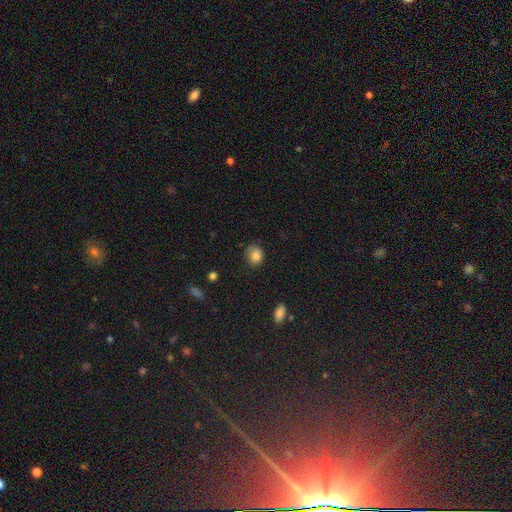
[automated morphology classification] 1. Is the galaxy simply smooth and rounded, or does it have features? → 84% smooth, 10% star or artifact, 6% featured or disk.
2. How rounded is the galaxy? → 69% round, 31% in between, 1% cigar-shaped.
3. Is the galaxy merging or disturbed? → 70% none, 23% minor disturbance, 5% major disturbance, 1% merger.